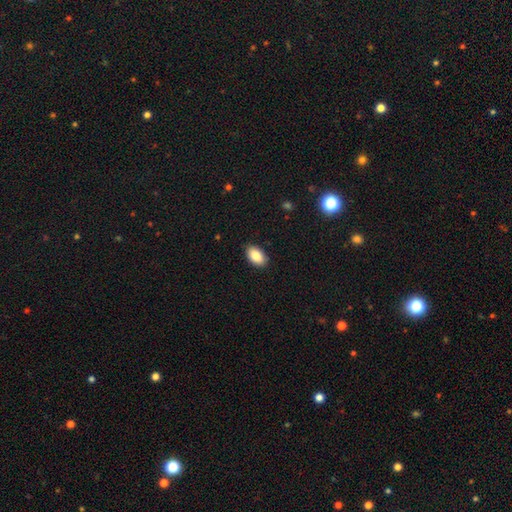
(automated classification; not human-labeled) A smooth galaxy with no disk features (87%) that is in between round and cigar-shaped (92%). Merging: none (89%).